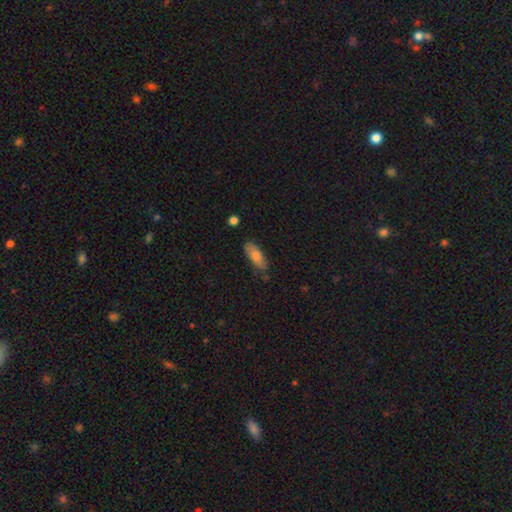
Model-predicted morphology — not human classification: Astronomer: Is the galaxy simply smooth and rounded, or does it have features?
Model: smooth — 75%.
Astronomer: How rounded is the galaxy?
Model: in between — 65%.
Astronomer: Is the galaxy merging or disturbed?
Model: none — 76%.